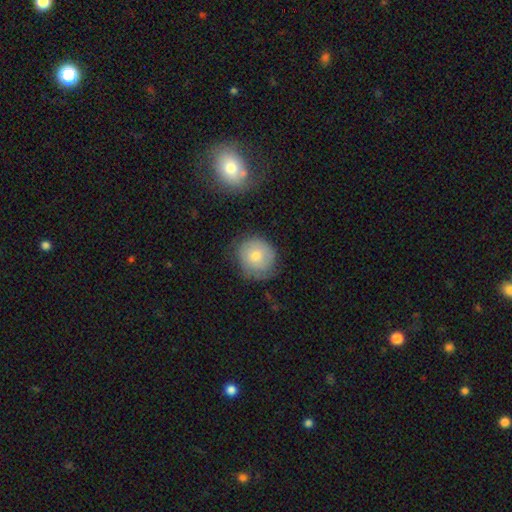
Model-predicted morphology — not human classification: A smooth galaxy with no disk features (63%) that is round (87%). Merging: none (67%).